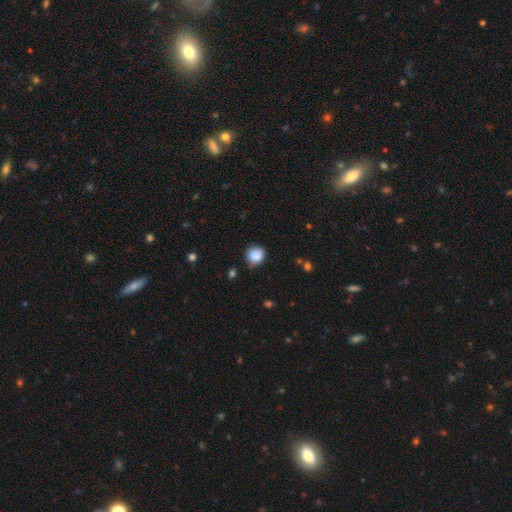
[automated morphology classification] The model was most divided on "merging": none: 68%, minor disturbance: 24%, major disturbance: 5%, merger: 3%. More confident: how rounded — round (84%); smooth or featured — smooth (84%).